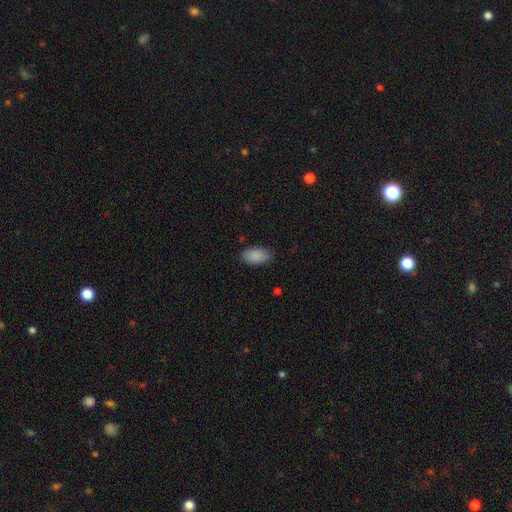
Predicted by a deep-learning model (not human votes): Smooth or featured? smooth (89%)
How rounded? in between (94%)
Merging? none (86%)